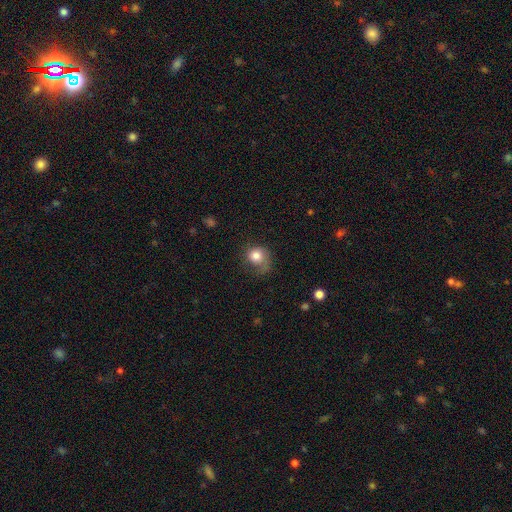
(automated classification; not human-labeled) Smooth or featured? smooth (77%)
How rounded? round (77%)
Merging? none (44%)